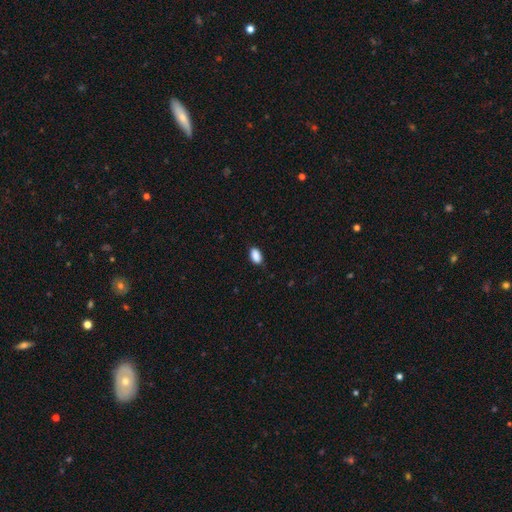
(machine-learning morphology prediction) smooth-or-featured: smooth: 89% | star or artifact: 8% | featured or disk: 3%
  how-rounded: in between: 92% | round: 5% | cigar-shaped: 3%
  merging: none: 82% | minor disturbance: 15% | major disturbance: 2% | merger: 1%